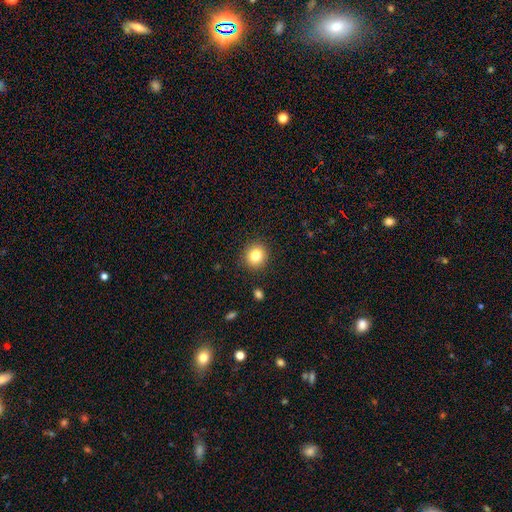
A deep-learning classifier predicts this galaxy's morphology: A smooth galaxy with no disk features (81%) that is round (82%). Merging: none (90%).